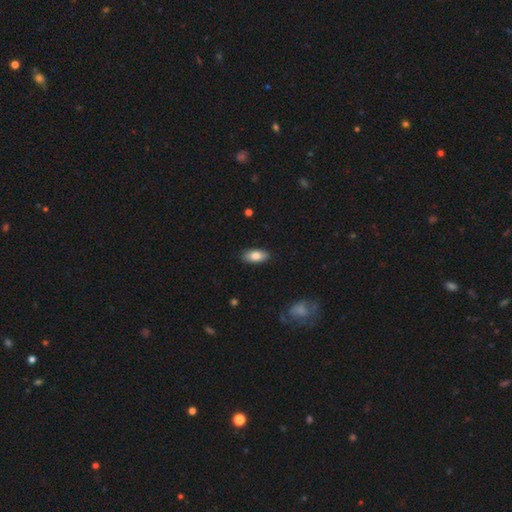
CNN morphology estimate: A smooth galaxy with no disk features (84%) that is in between round and cigar-shaped (89%). Merging: none (87%).